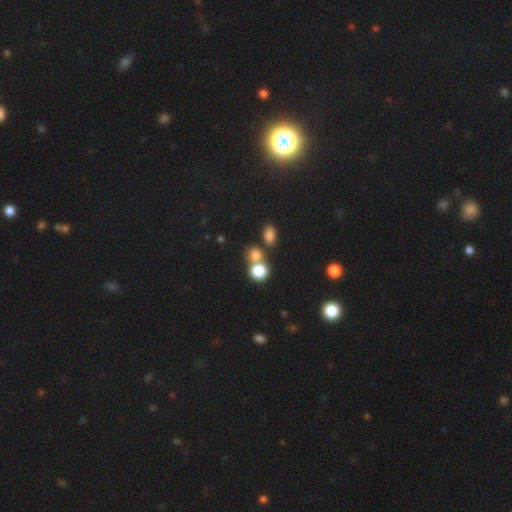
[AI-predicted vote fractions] A smooth galaxy with no disk features (76%) that is round (71%).

Vote fractions:
- Smooth or featured? smooth: 76% / star or artifact: 16% / featured or disk: 7%
- How rounded? round: 71% / in between: 28% / cigar-shaped: 1%
- Merging? none: 52% / merger: 37% / minor disturbance: 8% / major disturbance: 4%